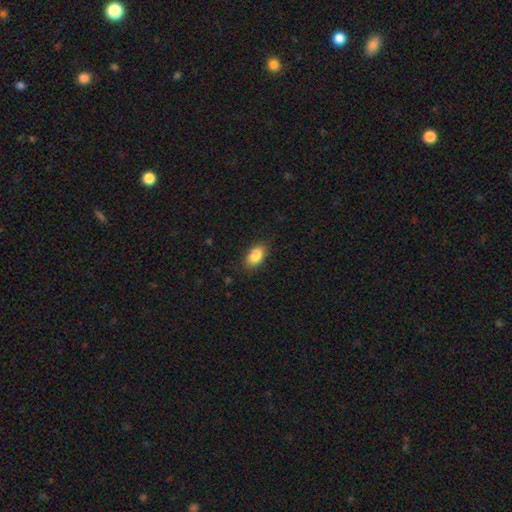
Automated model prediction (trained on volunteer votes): This appears to be a smooth galaxy with no disk features (86%) that is in between round and cigar-shaped (91%). Merging: none (85%).